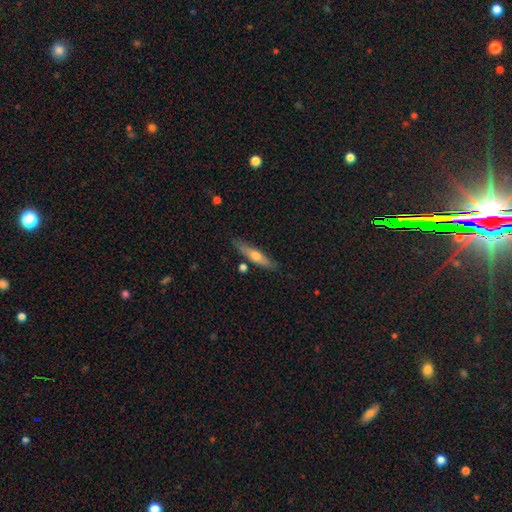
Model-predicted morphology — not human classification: featured or disk 47%, smooth 46%, star or artifact 7%. Down the decision tree: merging — none (82%).